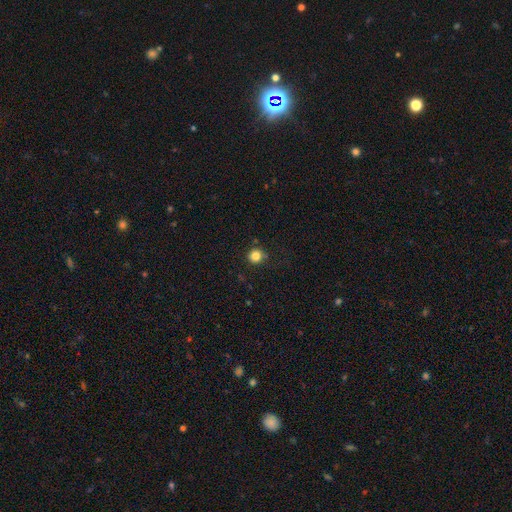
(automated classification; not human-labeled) Morphology: type=smooth (83%); roundness=round (93%); merging=none (86%).